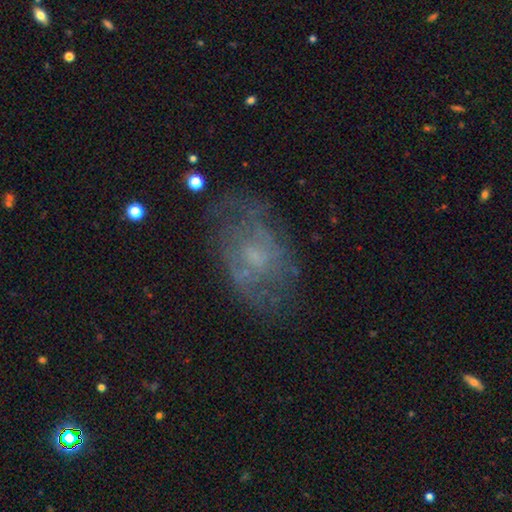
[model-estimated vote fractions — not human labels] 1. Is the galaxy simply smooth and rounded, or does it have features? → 62% featured or disk, 27% smooth, 11% star or artifact.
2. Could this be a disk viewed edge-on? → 96% no, 4% yes.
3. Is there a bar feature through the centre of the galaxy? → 66% no, 30% weak, 5% strong.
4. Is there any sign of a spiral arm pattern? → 51% yes, 49% no.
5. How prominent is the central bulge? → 44% small, 29% none, 23% moderate, 2% large, 1% dominant.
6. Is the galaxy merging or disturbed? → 61% none, 21% minor disturbance, 16% major disturbance, 2% merger.